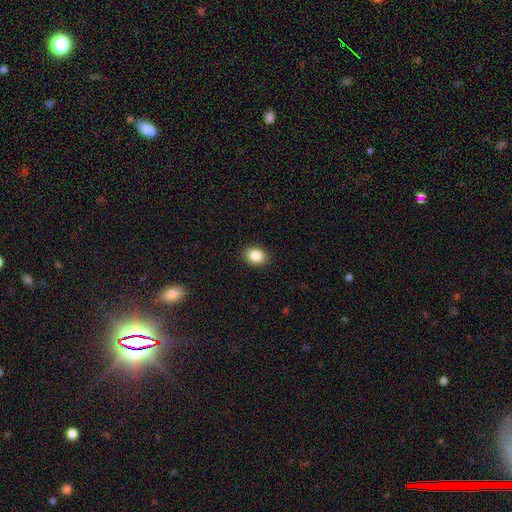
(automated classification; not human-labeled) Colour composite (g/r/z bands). It shows a smooth galaxy with no disk features (86%) that is in between round and cigar-shaped (65%). Merging: none (90%).